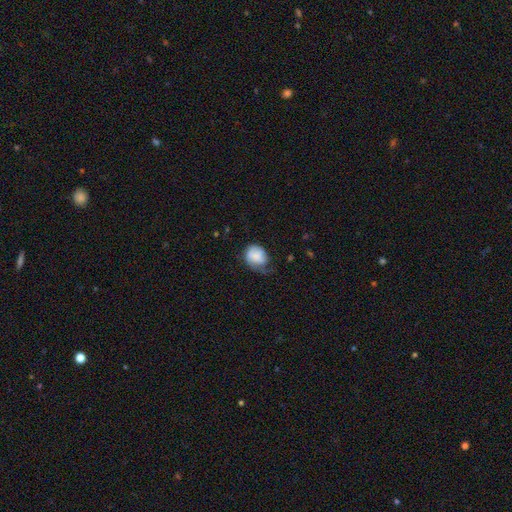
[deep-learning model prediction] smooth-or-featured: smooth: 71% | featured or disk: 22% | star or artifact: 7%
  how-rounded: round: 51% | in between: 48% | cigar-shaped: 1%
  merging: minor disturbance: 39% | major disturbance: 30% | none: 29% | merger: 2%